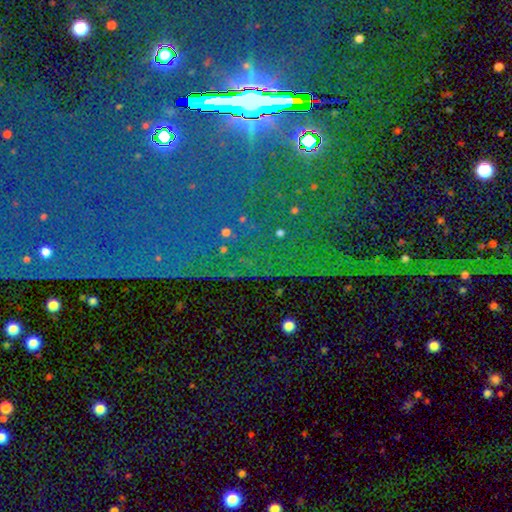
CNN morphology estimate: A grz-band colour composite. It shows a star or artifact, not a galaxy (83%).